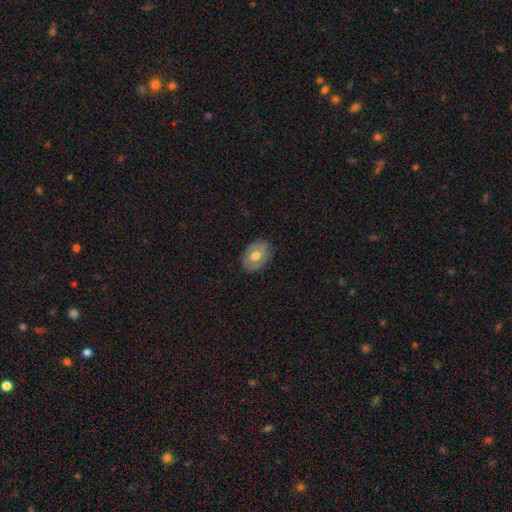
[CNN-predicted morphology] Overall: smooth (61%; featured or disk 32%). How rounded: in between (74%). Merging: none (85%).